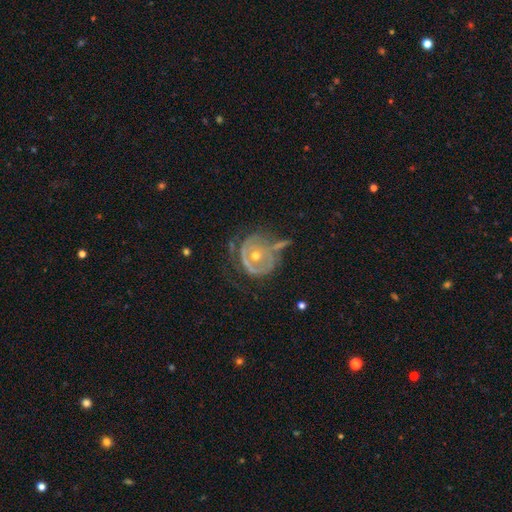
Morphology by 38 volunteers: Smooth or featured?
  - featured or disk: 82% *
  - smooth: 16%
  - star or artifact: 3%
Edge-on disk?
  - no: 94% *
  - yes: 6%
Bar?
  - no: 93% *
  - strong: 3%
  - weak: 3%
Spiral arms?
  - yes: 66% *
  - no: 34%
Spiral winding?
  - tight: 84% *
  - medium: 16%
  - loose: 0%
Spiral arm count?
  - can't tell: 63% *
  - 2: 21%
  - 1: 11%
  - 3: 5%
  - 4: 0%
  - more than 4: 0%
Bulge size?
  - moderate: 76% *
  - small: 24%
  - dominant: 0%
  - large: 0%
  - none: 0%
Merging?
  - none: 41% *
  - minor disturbance: 35%
  - major disturbance: 16%
  - merger: 8%